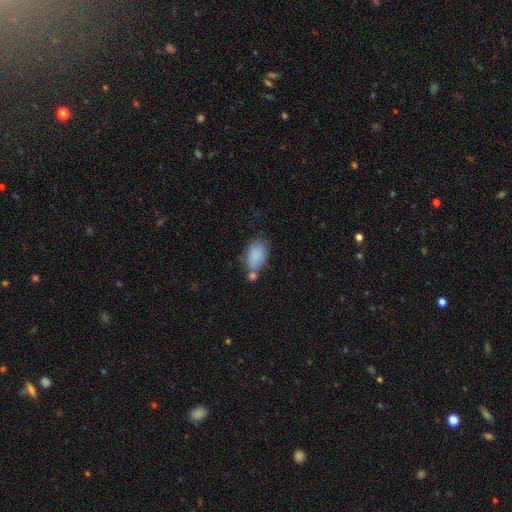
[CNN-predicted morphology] type=smooth (85%); roundness=in between (90%); merging=none (46%).